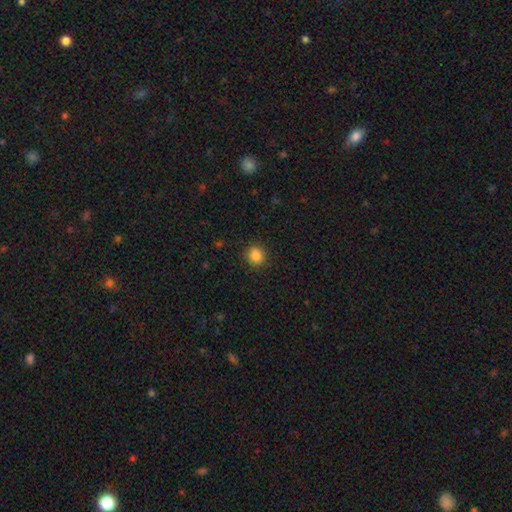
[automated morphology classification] This is clearly a smooth galaxy (85%). How rounded: clearly round (84%). Merging: clearly none (89%).